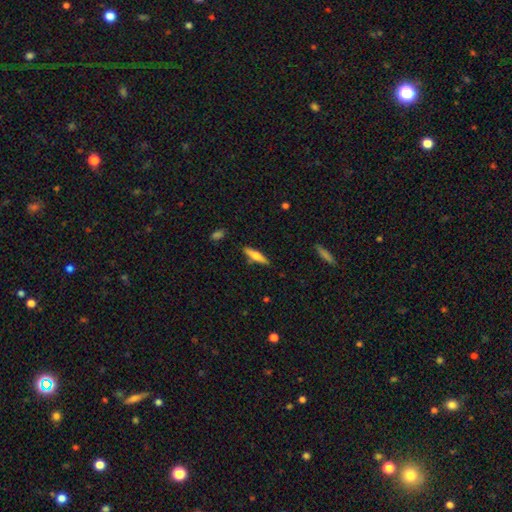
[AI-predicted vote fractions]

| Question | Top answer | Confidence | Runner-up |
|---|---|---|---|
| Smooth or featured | smooth | 54% | featured or disk (40%) |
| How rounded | cigar-shaped | 75% | in between (23%) |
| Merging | none | 84% | minor disturbance (11%) |